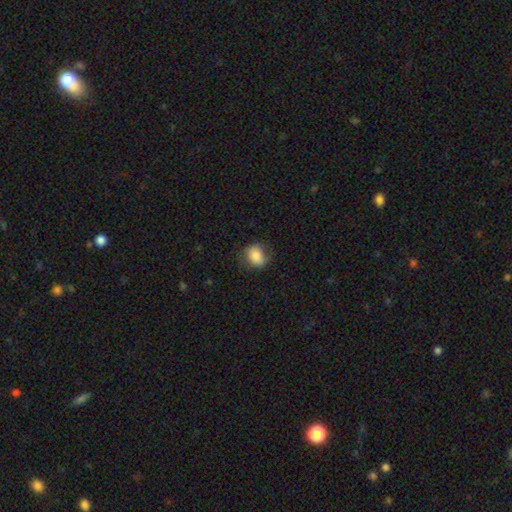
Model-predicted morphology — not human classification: smooth 82%, featured or disk 10%, star or artifact 8%. Down the decision tree: how rounded — in between (50%); merging — none (69%).